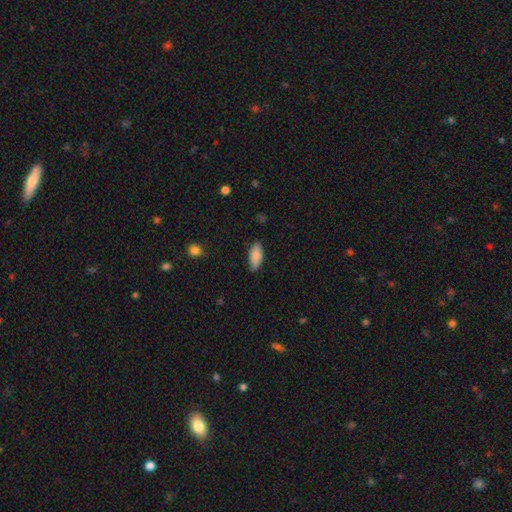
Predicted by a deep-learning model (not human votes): smooth-or-featured: smooth: 88% | star or artifact: 6% | featured or disk: 6%
  how-rounded: in between: 89% | cigar-shaped: 9% | round: 2%
  merging: none: 80% | minor disturbance: 16% | major disturbance: 3% | merger: 1%